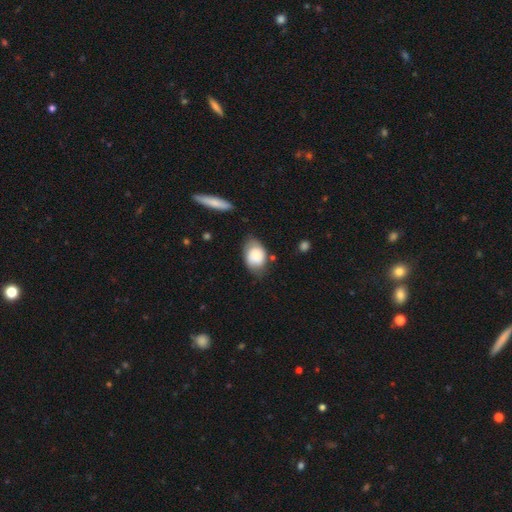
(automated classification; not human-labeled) Smooth or featured: smooth — 74% (featured or disk — 19%)
How rounded: in between — 76% (round — 22%)
Merging: none — 57% (minor disturbance — 30%)